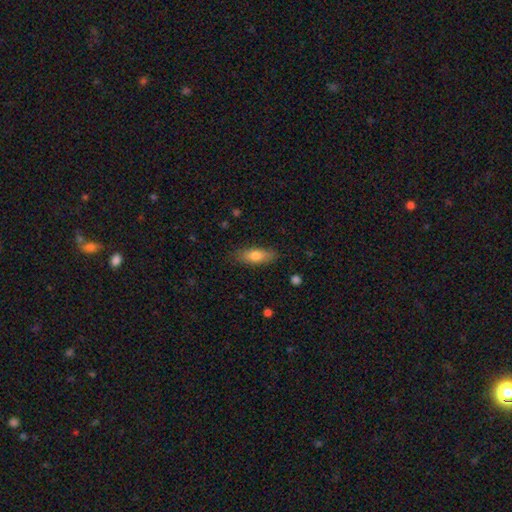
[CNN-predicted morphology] smooth 75%, featured or disk 18%, star or artifact 7%. Down the decision tree: how rounded — in between (68%); merging — none (82%).